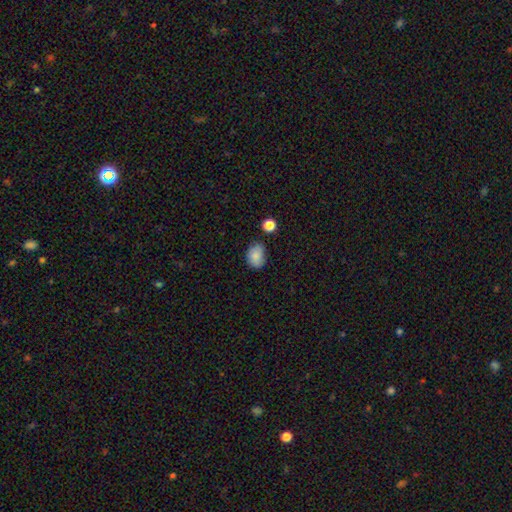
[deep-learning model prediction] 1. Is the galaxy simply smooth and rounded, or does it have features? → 84% smooth, 9% star or artifact, 7% featured or disk.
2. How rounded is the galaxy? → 72% in between, 27% round, 1% cigar-shaped.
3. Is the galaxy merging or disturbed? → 66% none, 25% minor disturbance, 5% major disturbance, 4% merger.